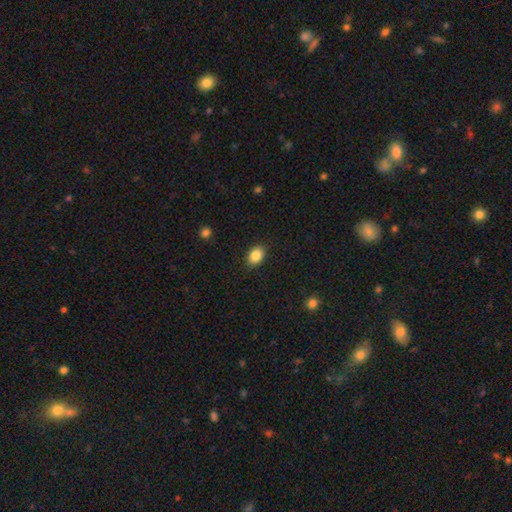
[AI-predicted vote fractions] Overall: smooth (86%). How rounded: in between (75%). Merging: none (89%).